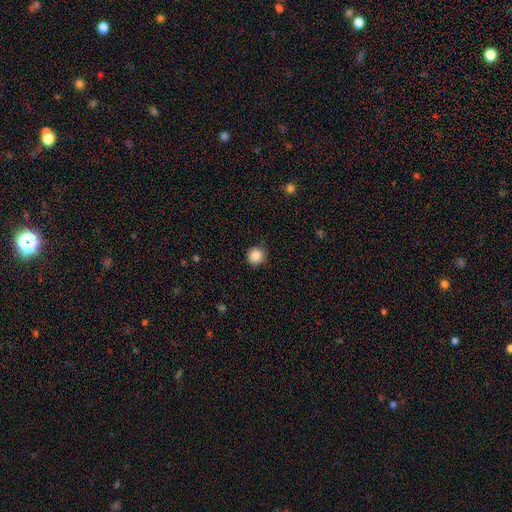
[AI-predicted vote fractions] Smooth or featured: smooth — 87% (star or artifact — 10%)
How rounded: round — 91% (in between — 8%)
Merging: none — 88% (minor disturbance — 9%)